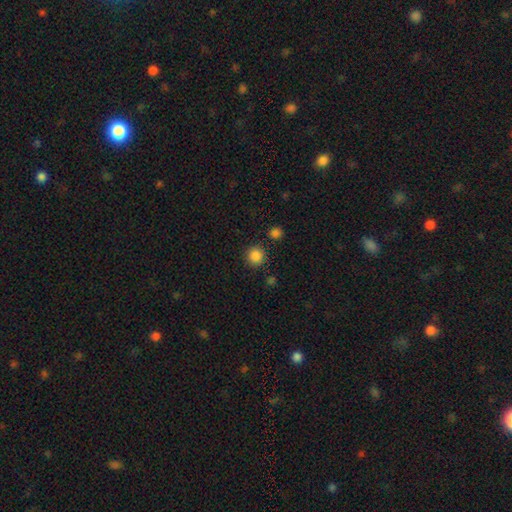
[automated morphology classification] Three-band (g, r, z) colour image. It shows a smooth galaxy with no disk features (86%) that is round (93%). Merging: none (88%).